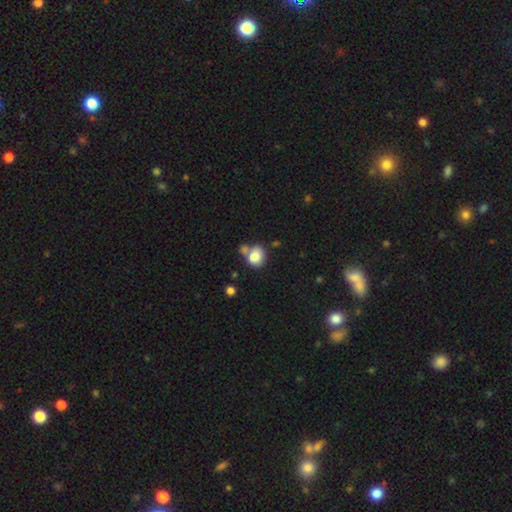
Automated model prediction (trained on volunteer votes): The model was most divided on "merging": none: 44%, merger: 35%, minor disturbance: 15%, major disturbance: 6%. More confident: smooth or featured — smooth (81%); how rounded — round (55%).